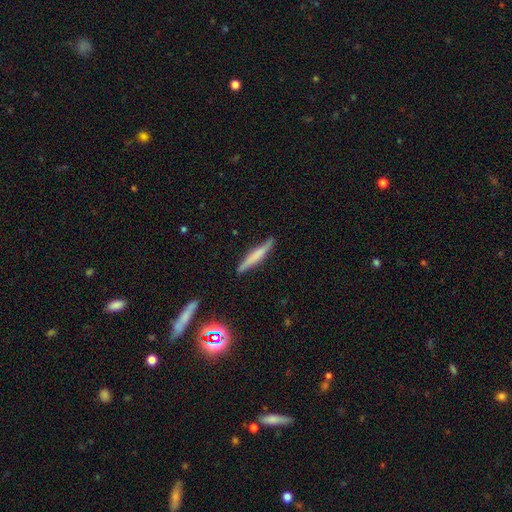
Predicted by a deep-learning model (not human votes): Q: Smooth or featured?
A: smooth (56%); runner-up: featured or disk (36%)
Q: How rounded?
A: cigar-shaped (93%); runner-up: in between (6%)
Q: Merging?
A: none (86%); runner-up: minor disturbance (11%)